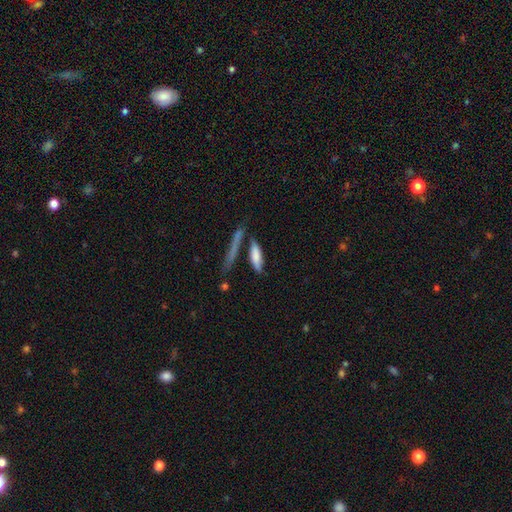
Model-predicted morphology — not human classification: Smooth or featured? Predicted: smooth (p=0.74). How rounded? Predicted: cigar-shaped (p=0.67). Merging? Predicted: none (p=0.56).